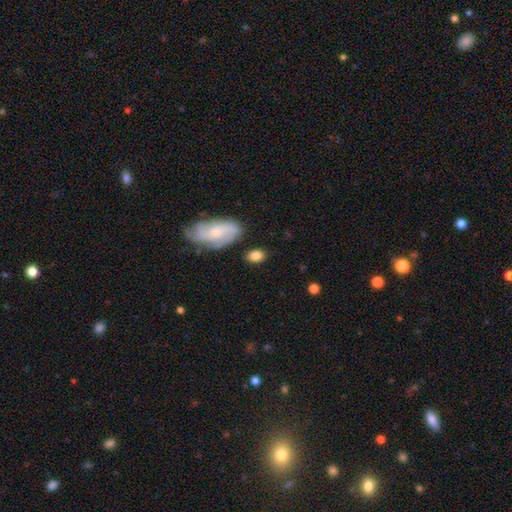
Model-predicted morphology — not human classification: smooth 79%, featured or disk 13%, star or artifact 7%. Down the decision tree: how rounded — in between (79%); merging — none (78%).